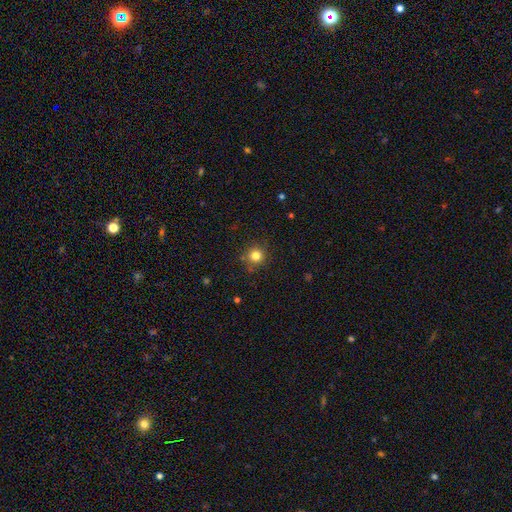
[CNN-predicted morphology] Smooth or featured: smooth — 81% (star or artifact — 13%)
How rounded: round — 93% (in between — 6%)
Merging: none — 85% (minor disturbance — 10%)